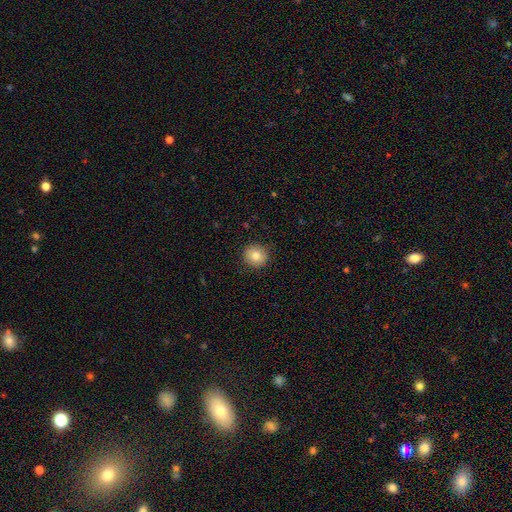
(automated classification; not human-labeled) Morphology: type=smooth (81%); roundness=round (91%); merging=none (89%).